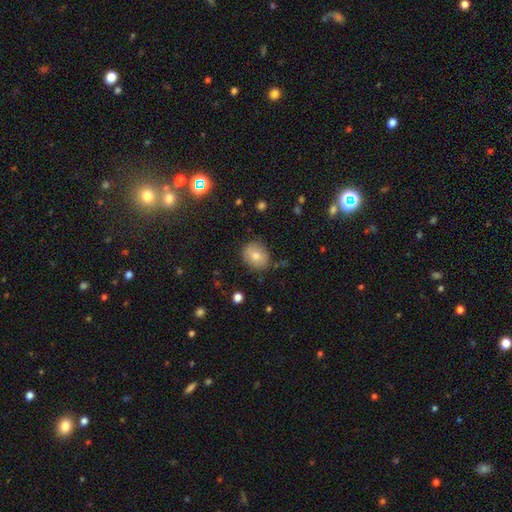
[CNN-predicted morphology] This is likely a smooth galaxy (73%). How rounded: possibly round (60%). Merging: clearly none (82%).